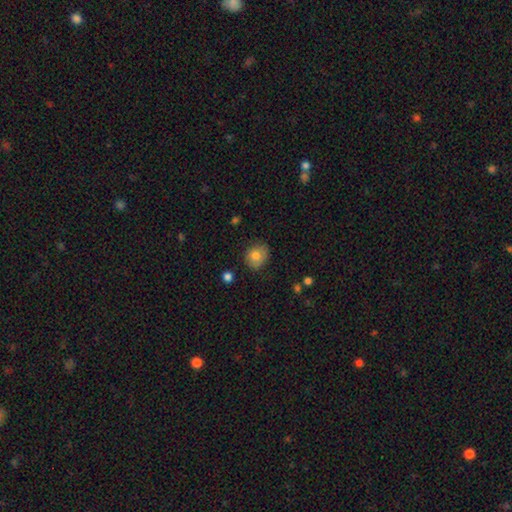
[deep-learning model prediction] This appears to be a smooth galaxy with no disk features (78%) that is round (70%). Merging: none (73%).